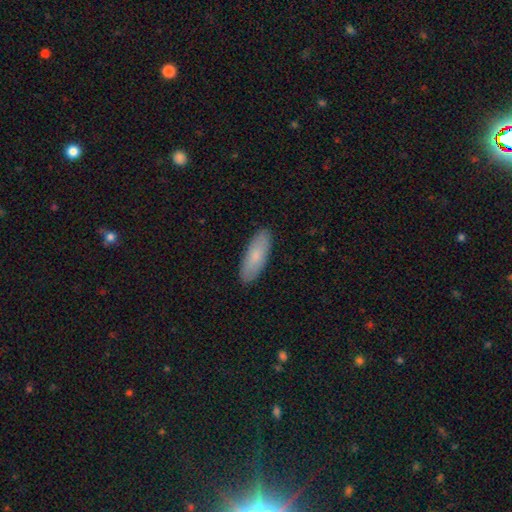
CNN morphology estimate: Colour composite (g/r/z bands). It shows a smooth galaxy with no disk features (81%) that is in between round and cigar-shaped (66%). Merging: none (89%).